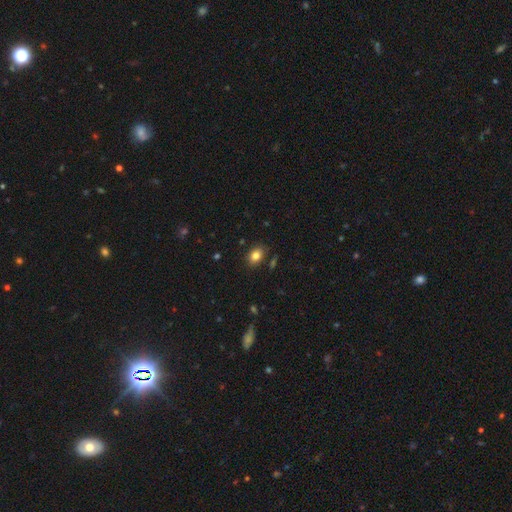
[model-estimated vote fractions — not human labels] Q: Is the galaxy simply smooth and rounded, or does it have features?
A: smooth — 83%.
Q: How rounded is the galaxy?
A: in between — 71%.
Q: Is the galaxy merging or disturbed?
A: none — 84%.